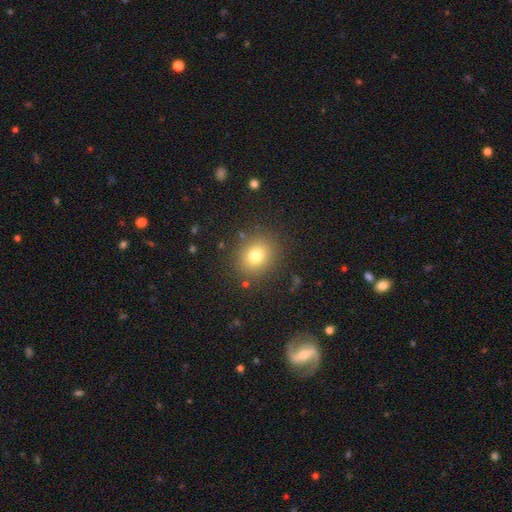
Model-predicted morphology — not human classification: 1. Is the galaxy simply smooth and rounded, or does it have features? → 76% smooth, 14% star or artifact, 10% featured or disk.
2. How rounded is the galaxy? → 71% round, 28% in between, 1% cigar-shaped.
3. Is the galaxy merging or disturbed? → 85% none, 9% minor disturbance, 4% major disturbance, 2% merger.